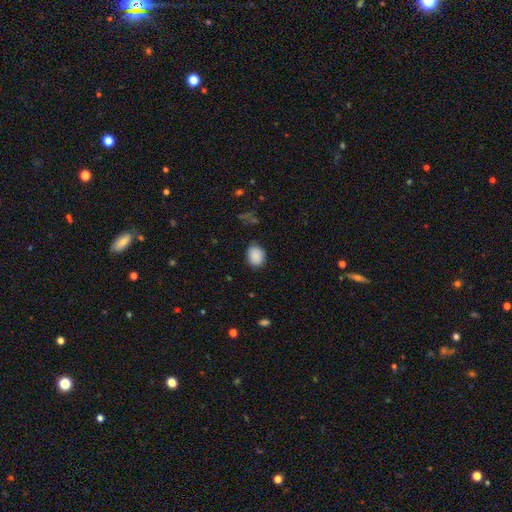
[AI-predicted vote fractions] A smooth galaxy with no disk features (88%) that is in between round and cigar-shaped (55%). Merging: none (80%).